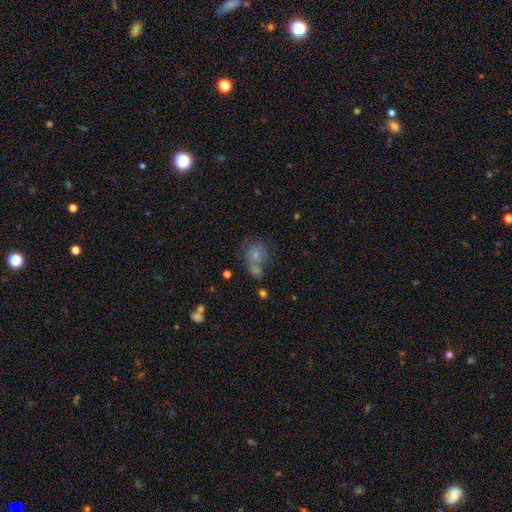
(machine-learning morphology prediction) Smooth or featured?
  - smooth: 61% *
  - featured or disk: 24%
  - star or artifact: 15%
How rounded?
  - round: 63% *
  - in between: 35%
  - cigar-shaped: 1%
Merging?
  - none: 38% *
  - merger: 36%
  - minor disturbance: 16%
  - major disturbance: 11%